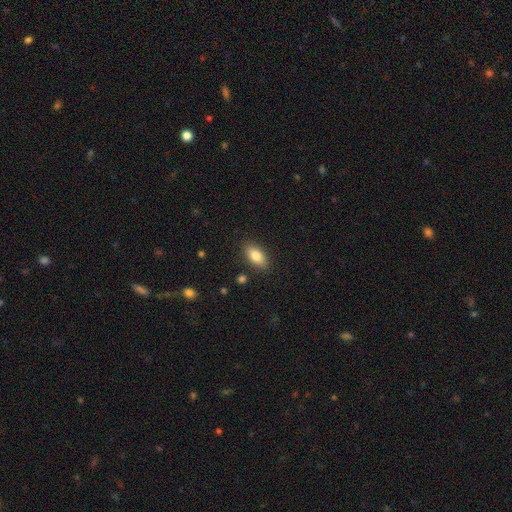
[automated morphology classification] Overall: smooth (83%). How rounded: in between (89%). Merging: none (87%).